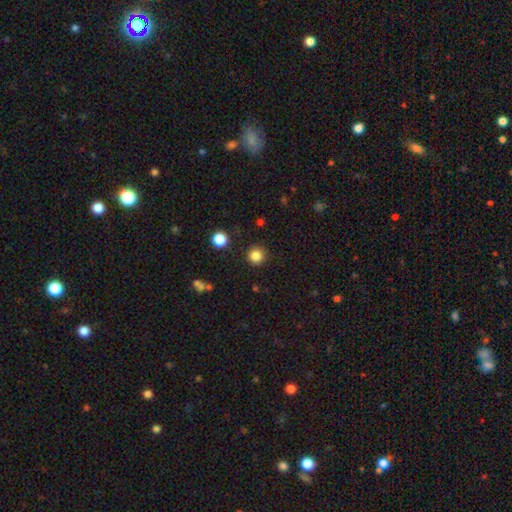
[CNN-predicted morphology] type=smooth (84%); roundness=round (94%); merging=none (90%).